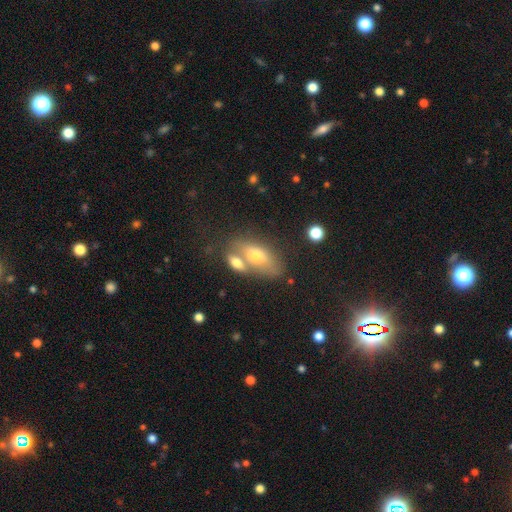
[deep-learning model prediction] Q: Smooth or featured?
A: smooth (64%); runner-up: featured or disk (27%)
Q: How rounded?
A: in between (83%); runner-up: cigar-shaped (11%)
Q: Merging?
A: merger (42%); runner-up: none (39%)